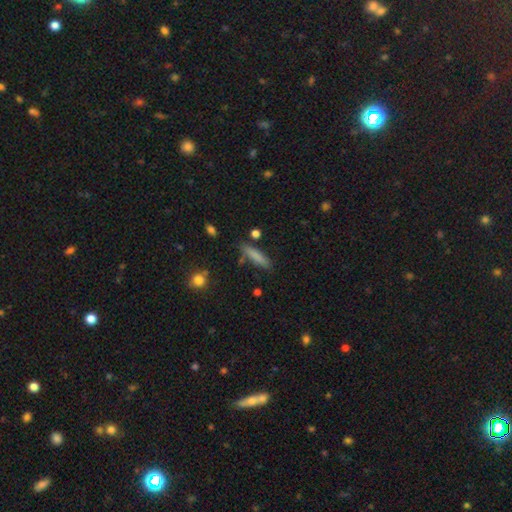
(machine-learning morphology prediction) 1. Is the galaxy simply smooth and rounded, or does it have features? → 81% smooth, 12% featured or disk, 7% star or artifact.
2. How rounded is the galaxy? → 79% cigar-shaped, 19% in between, 2% round.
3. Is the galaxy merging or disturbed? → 79% none, 13% minor disturbance, 4% merger, 3% major disturbance.